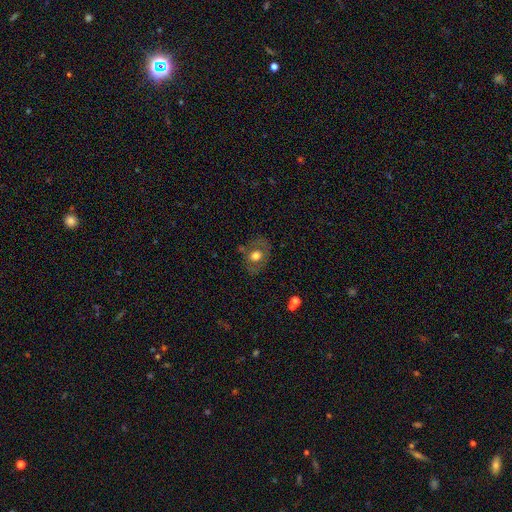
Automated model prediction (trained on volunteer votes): A smooth galaxy with no disk features (55%) that is round (50%). Merging: none (72%).